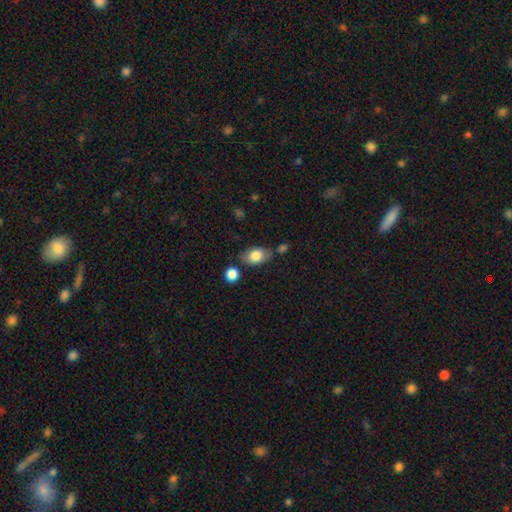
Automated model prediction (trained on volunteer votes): smooth-or-featured: smooth: 79% | featured or disk: 14% | star or artifact: 7%
  how-rounded: in between: 85% | round: 12% | cigar-shaped: 3%
  merging: none: 68% | minor disturbance: 18% | merger: 10% | major disturbance: 5%